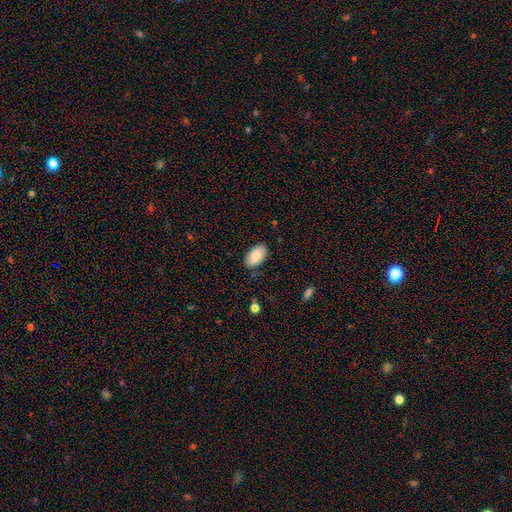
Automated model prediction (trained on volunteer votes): A smooth galaxy with no disk features (85%) that is in between round and cigar-shaped (95%).

Vote fractions:
- Smooth or featured? smooth: 85% / featured or disk: 9% / star or artifact: 6%
- How rounded? in between: 95% / round: 4% / cigar-shaped: 1%
- Merging? none: 83% / minor disturbance: 13% / major disturbance: 3% / merger: 1%